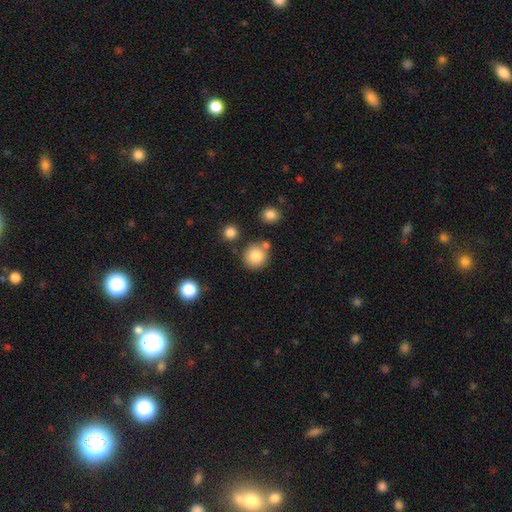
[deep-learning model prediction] Morphology: type=smooth (82%); roundness=round (92%); merging=none (74%).